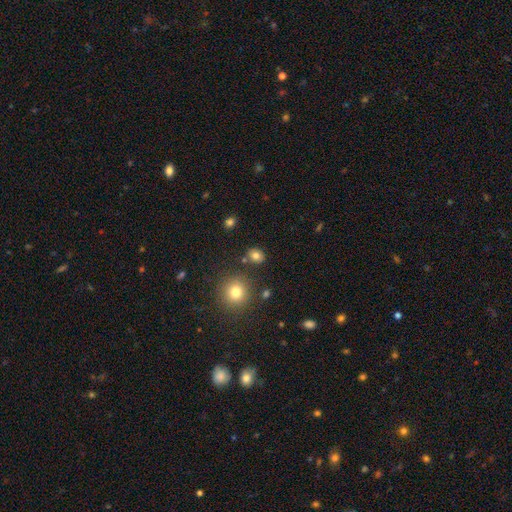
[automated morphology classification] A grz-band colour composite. It shows a smooth galaxy with no disk features (79%) that is round (57%). Merging: none (81%).